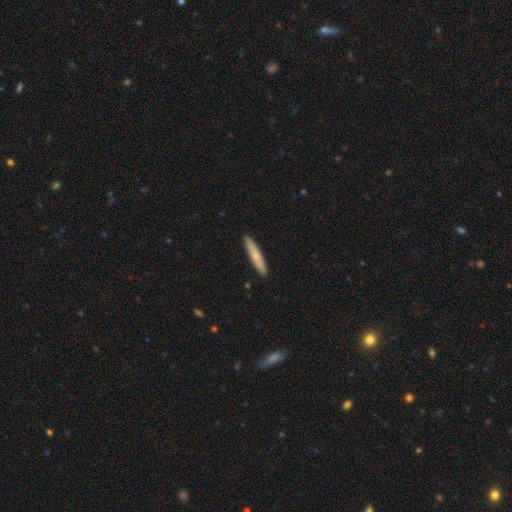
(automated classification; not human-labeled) smooth 73%, featured or disk 22%, star or artifact 5%. Down the decision tree: how rounded — cigar-shaped (93%); merging — none (91%).